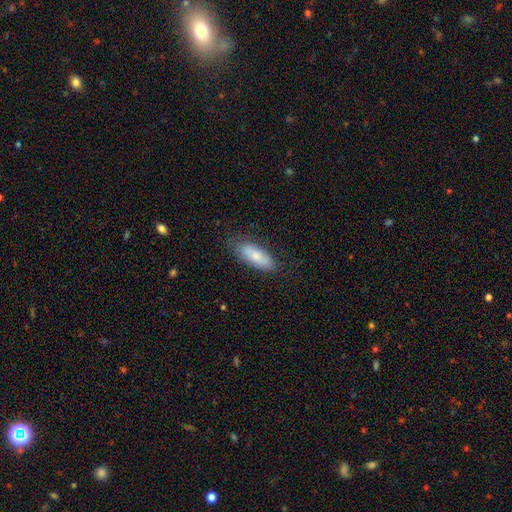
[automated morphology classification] This appears to be a smooth galaxy with no disk features (78%) that is in between round and cigar-shaped (74%). Merging: none (77%).